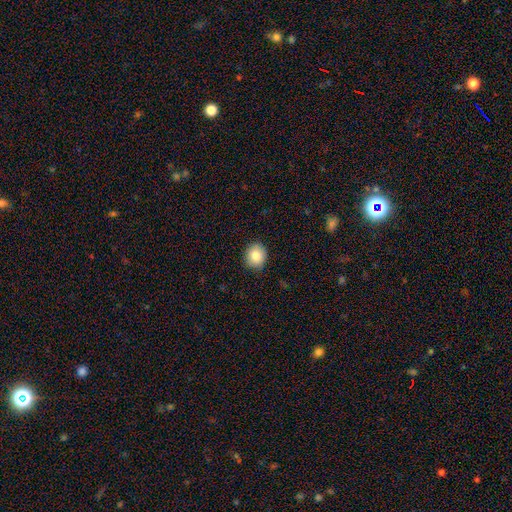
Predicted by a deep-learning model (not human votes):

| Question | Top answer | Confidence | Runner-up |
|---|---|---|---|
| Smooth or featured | smooth | 84% | star or artifact (8%) |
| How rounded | round | 73% | in between (27%) |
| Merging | none | 89% | minor disturbance (8%) |